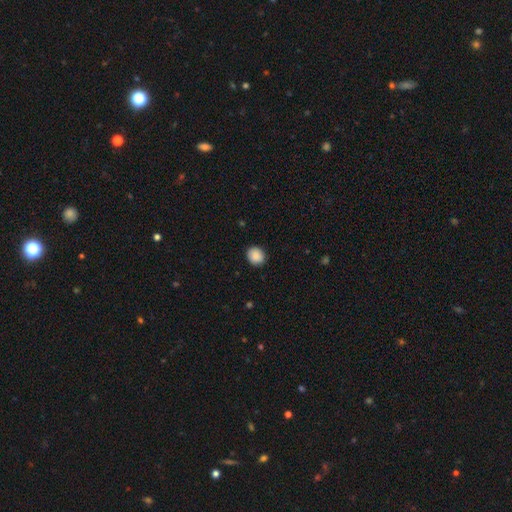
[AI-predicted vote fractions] This appears to be a smooth galaxy with no disk features (89%) that is round (76%). Merging: none (88%).